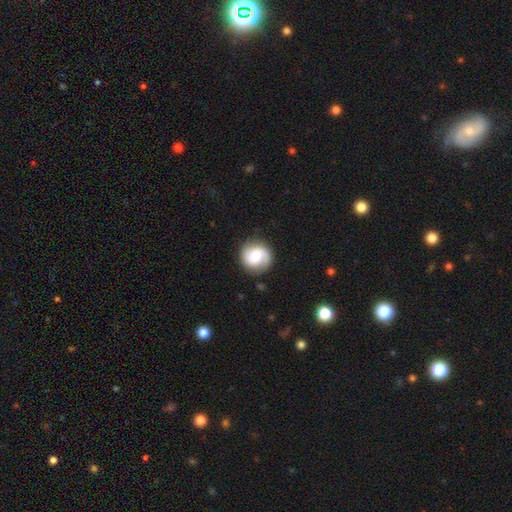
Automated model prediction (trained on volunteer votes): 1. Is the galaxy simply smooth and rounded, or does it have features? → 49% smooth, 43% featured or disk, 8% star or artifact.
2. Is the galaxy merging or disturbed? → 80% none, 13% minor disturbance, 5% major disturbance, 2% merger.